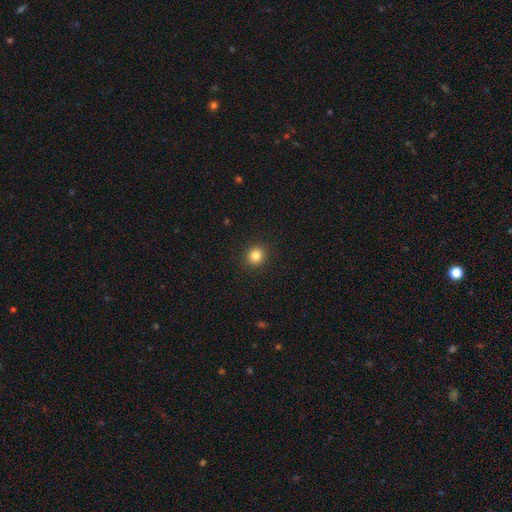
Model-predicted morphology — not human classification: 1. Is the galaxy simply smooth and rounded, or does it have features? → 83% smooth, 12% star or artifact, 5% featured or disk.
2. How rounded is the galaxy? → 90% round, 9% in between, 1% cigar-shaped.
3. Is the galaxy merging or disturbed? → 92% none, 5% minor disturbance, 2% major disturbance, 1% merger.